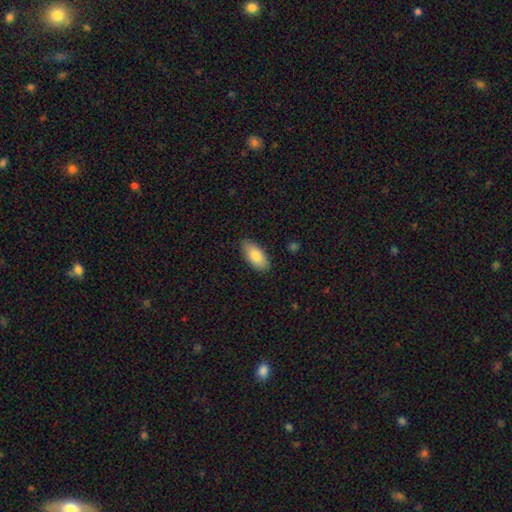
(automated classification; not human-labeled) smooth 82%, featured or disk 12%, star or artifact 6%. Down the decision tree: how rounded — in between (91%); merging — none (85%).